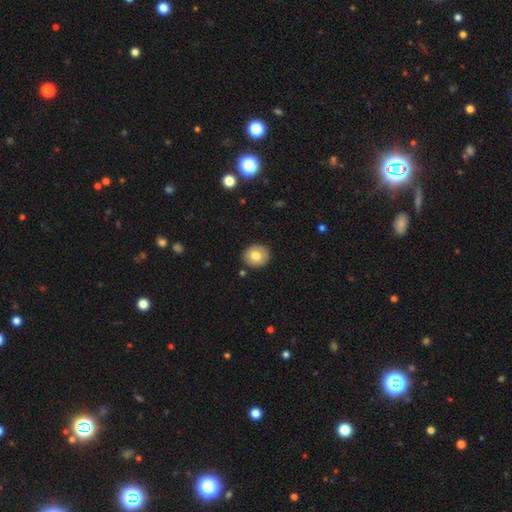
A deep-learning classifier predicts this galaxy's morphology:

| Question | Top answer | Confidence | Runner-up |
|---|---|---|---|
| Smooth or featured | smooth | 77% | featured or disk (14%) |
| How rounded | round | 79% | in between (20%) |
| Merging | none | 89% | minor disturbance (7%) |